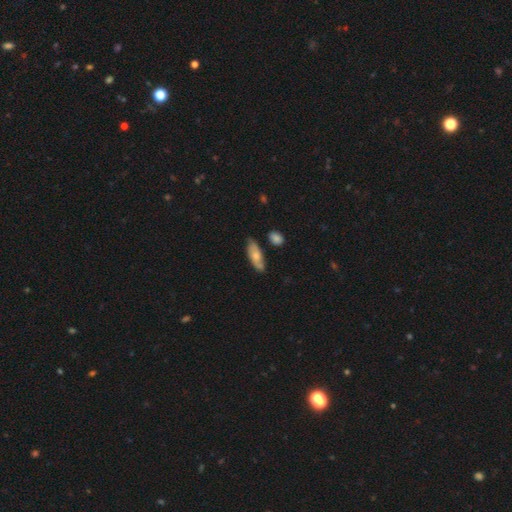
smooth_or_featured: smooth (p=0.55) [alt: featured or disk p=0.39]
how_rounded: in between (p=0.57) [alt: cigar-shaped p=0.38]
merging: none (p=0.69) [alt: minor disturbance p=0.19]